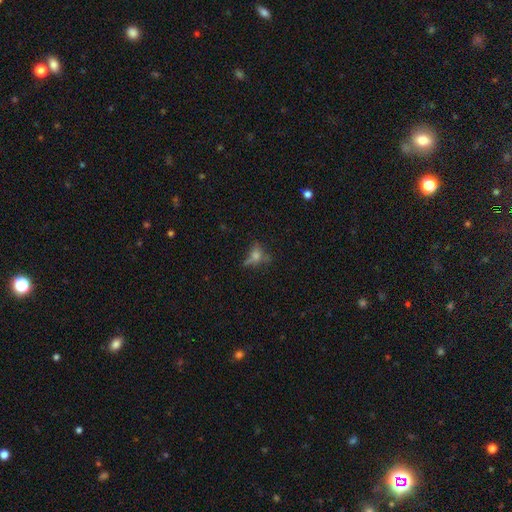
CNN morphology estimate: Smooth or featured: smooth — 47% (featured or disk — 28%)
Merging: none — 48% (minor disturbance — 22%)